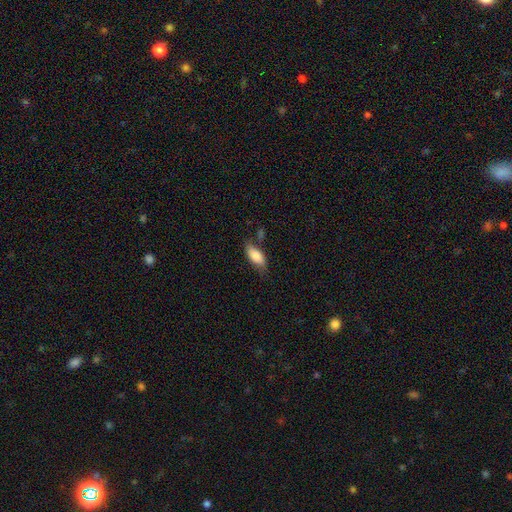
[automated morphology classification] This appears to be a smooth galaxy with no disk features (80%) that is in between round and cigar-shaped (86%). Merging: none (62%).